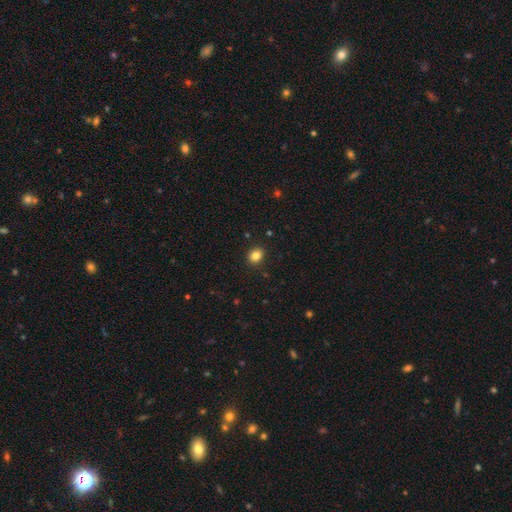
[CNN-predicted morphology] smooth 83%, star or artifact 11%, featured or disk 6%. Down the decision tree: how rounded — round (61%); merging — none (90%).